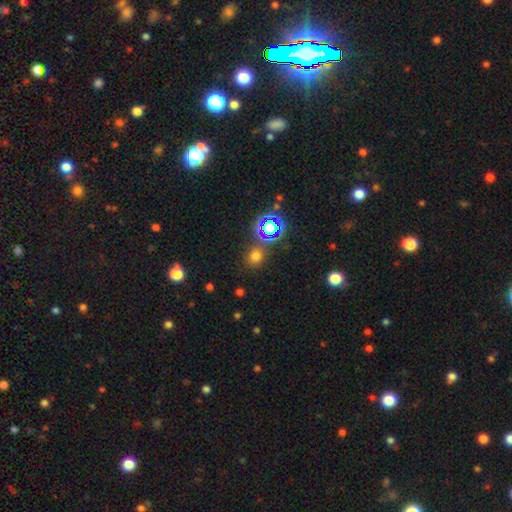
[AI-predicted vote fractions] A smooth galaxy with no disk features (64%) that is round (81%). Merging: none (79%).